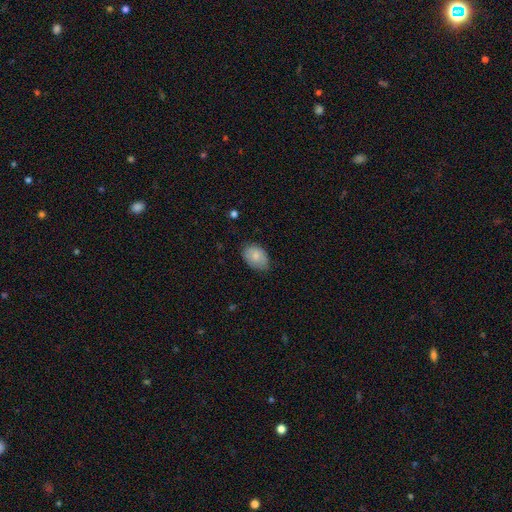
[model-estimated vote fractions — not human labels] This appears to be a smooth galaxy with no disk features (78%) that is in between round and cigar-shaped (81%). Merging: none (71%).